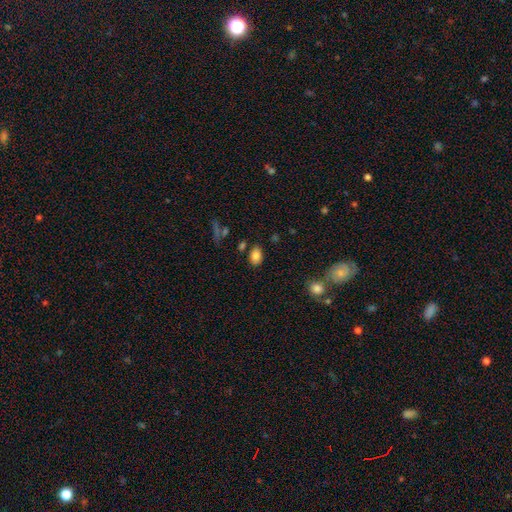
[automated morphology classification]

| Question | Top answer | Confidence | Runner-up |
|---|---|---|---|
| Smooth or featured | smooth | 84% | star or artifact (9%) |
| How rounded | in between | 85% | round (14%) |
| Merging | none | 80% | minor disturbance (12%) |